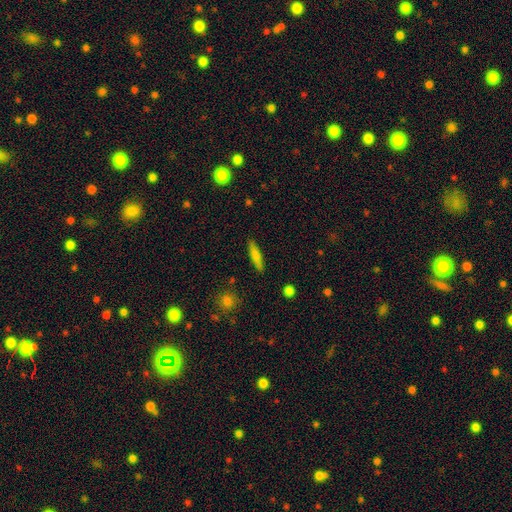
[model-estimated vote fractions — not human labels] A smooth galaxy with no disk features (75%) that is cigar-shaped (84%). Merging: none (87%).